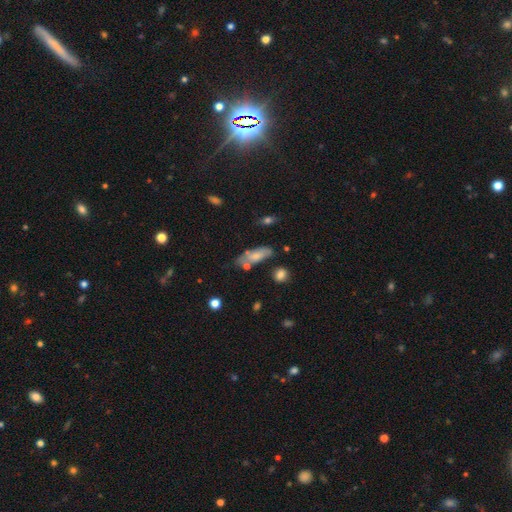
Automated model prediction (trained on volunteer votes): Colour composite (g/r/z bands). It shows a smooth galaxy with no disk features (64%) that is in between round and cigar-shaped (69%). Merging: none (55%).